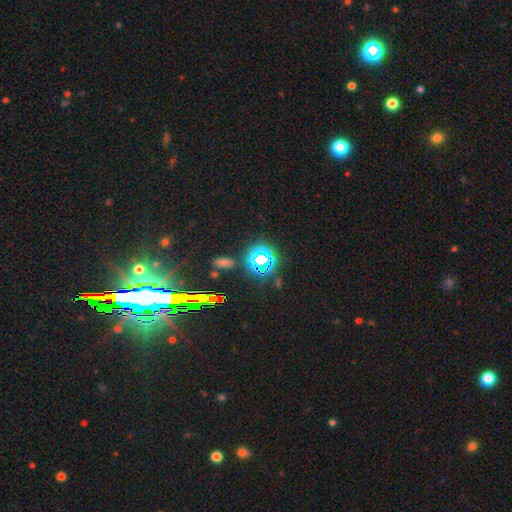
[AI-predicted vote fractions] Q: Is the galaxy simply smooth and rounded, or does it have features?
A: star or artifact — 64%.